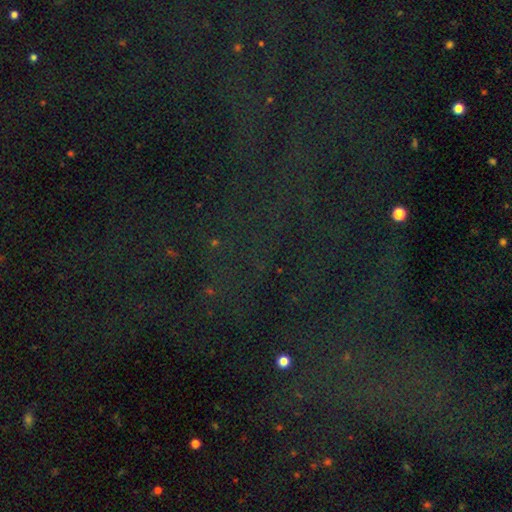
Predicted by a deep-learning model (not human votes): The model was most divided on "smooth or featured": star or artifact: 79%, smooth: 12%, featured or disk: 9%.